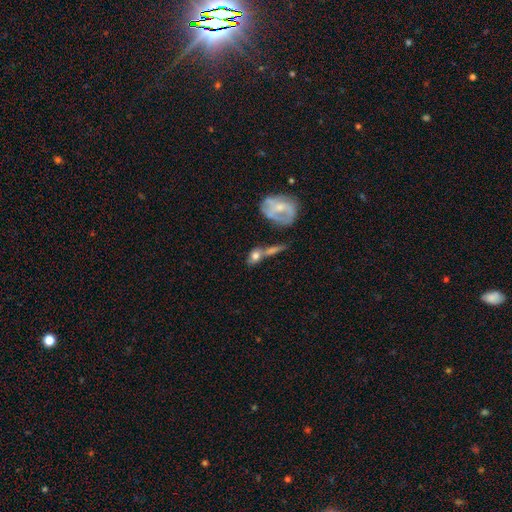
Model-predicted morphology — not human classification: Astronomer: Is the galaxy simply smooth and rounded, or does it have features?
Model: smooth — 63%.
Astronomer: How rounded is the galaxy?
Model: in between — 54% (runner-up: round, 34%).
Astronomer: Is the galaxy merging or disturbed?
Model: none — 38% (runner-up: merger, 37%).